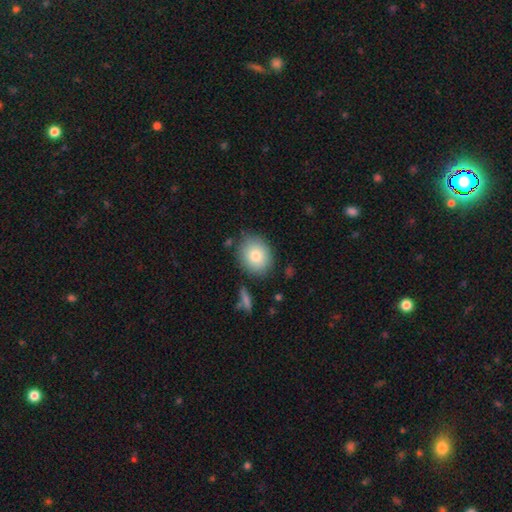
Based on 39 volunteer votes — smooth-or-featured: smooth: 79% | featured or disk: 10% | star or artifact: 10%
  how-rounded: round: 65% | in between: 35% | cigar-shaped: 0%
  merging: none: 71% | minor disturbance: 14% | major disturbance: 9% | merger: 6%